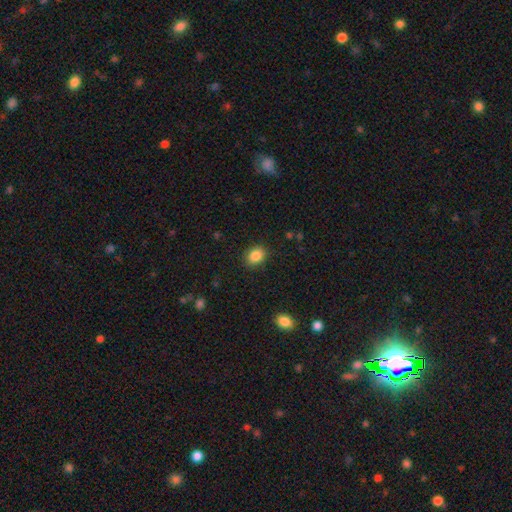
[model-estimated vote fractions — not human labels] Overall: smooth (86%). How rounded: in between (60%; round 39%). Merging: none (87%).